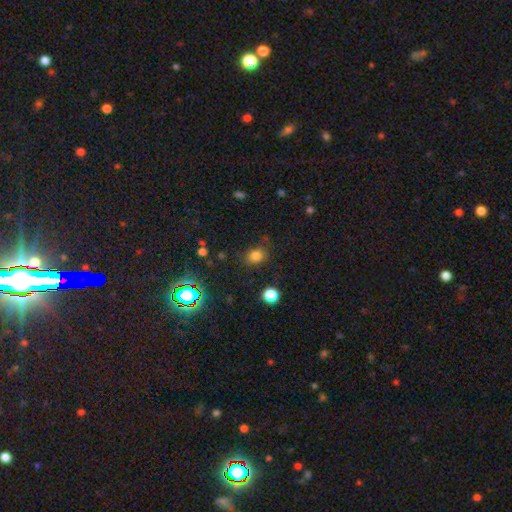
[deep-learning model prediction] Morphology: type=smooth (78%); roundness=round (60%); merging=none (79%).